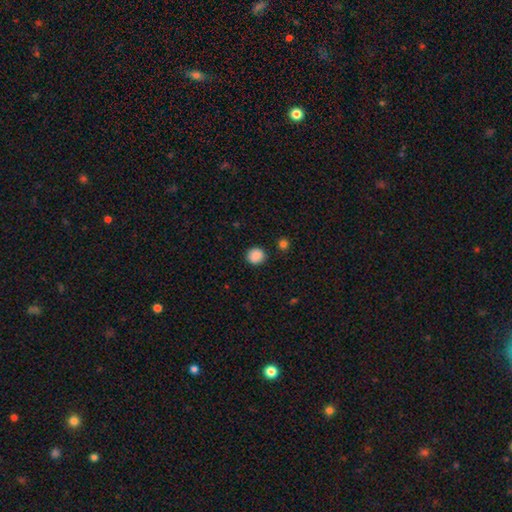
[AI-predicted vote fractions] smooth 88%, star or artifact 9%, featured or disk 3%. Down the decision tree: how rounded — round (87%); merging — none (88%).